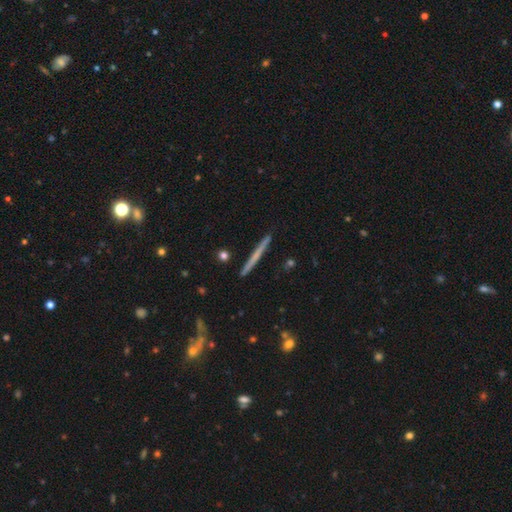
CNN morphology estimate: Smooth or featured? featured or disk (49%)
Merging? none (91%)